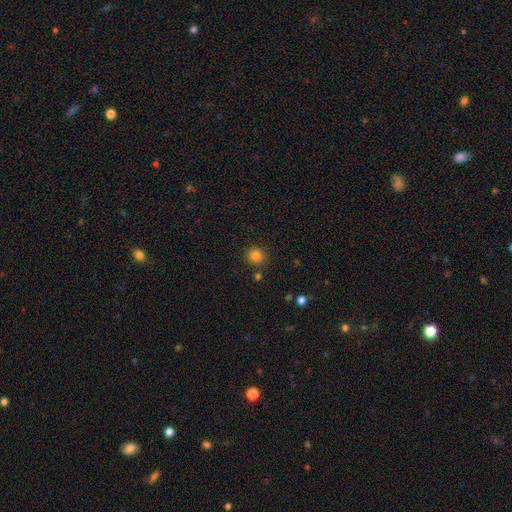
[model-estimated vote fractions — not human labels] This is clearly a smooth galaxy (82%). How rounded: clearly round (91%). Merging: clearly none (86%).